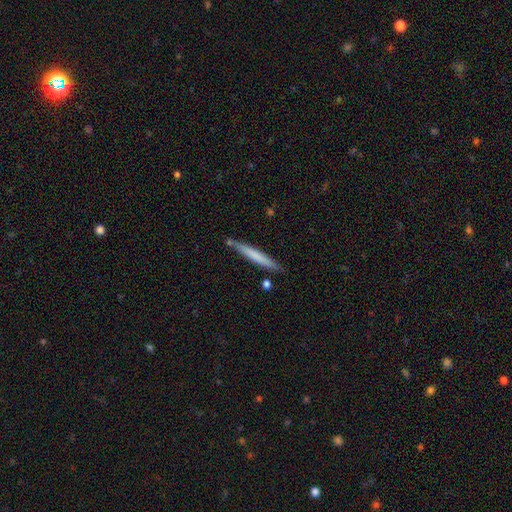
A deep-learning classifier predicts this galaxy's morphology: Q: Smooth or featured?
A: smooth (65%); runner-up: featured or disk (30%)
Q: How rounded?
A: cigar-shaped (96%); runner-up: in between (3%)
Q: Merging?
A: none (82%); runner-up: minor disturbance (12%)